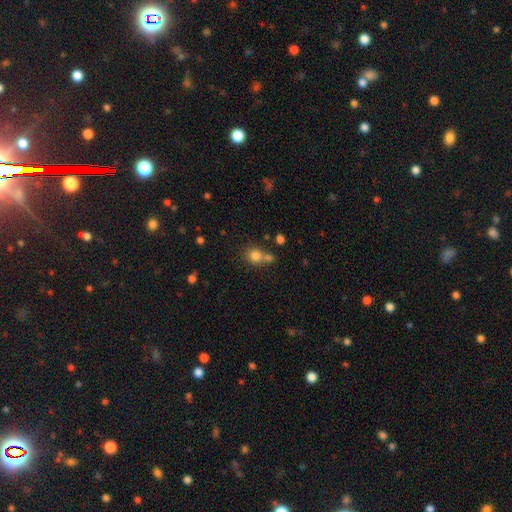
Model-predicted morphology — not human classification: Q: Smooth or featured?
A: smooth (78%); runner-up: star or artifact (13%)
Q: How rounded?
A: round (82%); runner-up: in between (17%)
Q: Merging?
A: none (52%); runner-up: merger (34%)